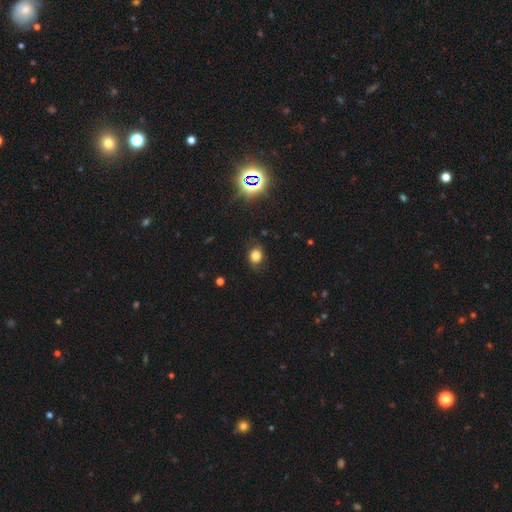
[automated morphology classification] The model was most divided on "how rounded": round: 56%, in between: 43%, cigar-shaped: 1%. More confident: merging — none (76%); smooth or featured — smooth (74%).